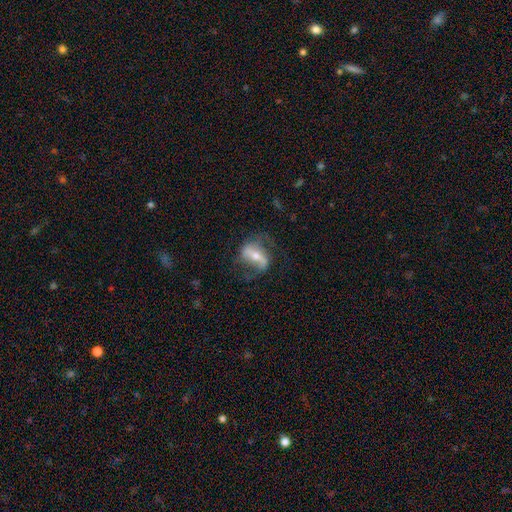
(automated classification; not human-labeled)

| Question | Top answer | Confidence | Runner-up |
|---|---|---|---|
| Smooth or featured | featured or disk | 75% | smooth (18%) |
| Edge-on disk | no | 92% | yes (8%) |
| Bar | strong | 56% | weak (28%) |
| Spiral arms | yes | 84% | no (16%) |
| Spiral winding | loose | 52% | medium (35%) |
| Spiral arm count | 2 | 83% | can't tell (7%) |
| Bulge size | moderate | 56% | small (38%) |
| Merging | none | 61% | minor disturbance (20%) |